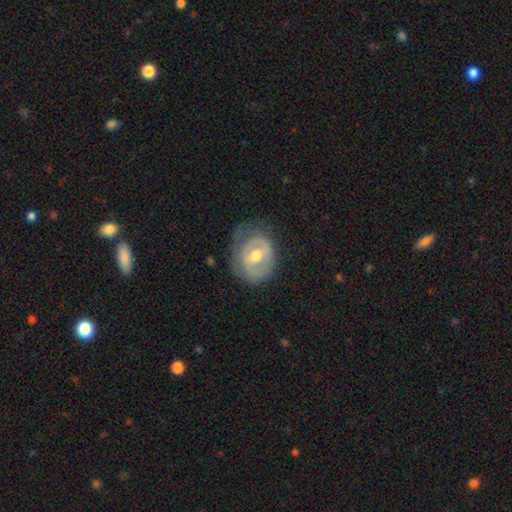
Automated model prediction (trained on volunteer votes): Smooth or featured? featured or disk (64%)
Edge-on disk? no (96%)
Bar? no (43%)
Spiral arms? no (56%)
Bulge size? moderate (75%)
Merging? none (58%)